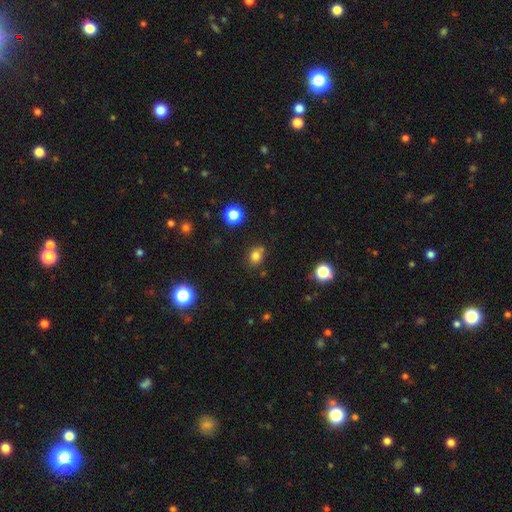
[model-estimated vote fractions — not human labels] Q: Smooth or featured?
A: smooth (78%); runner-up: star or artifact (15%)
Q: How rounded?
A: round (61%); runner-up: in between (38%)
Q: Merging?
A: none (67%); runner-up: minor disturbance (17%)